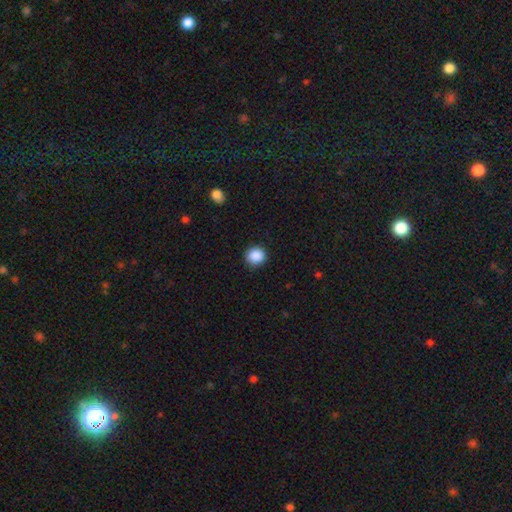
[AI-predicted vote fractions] Morphology: type=smooth (88%); roundness=round (91%); merging=none (90%).